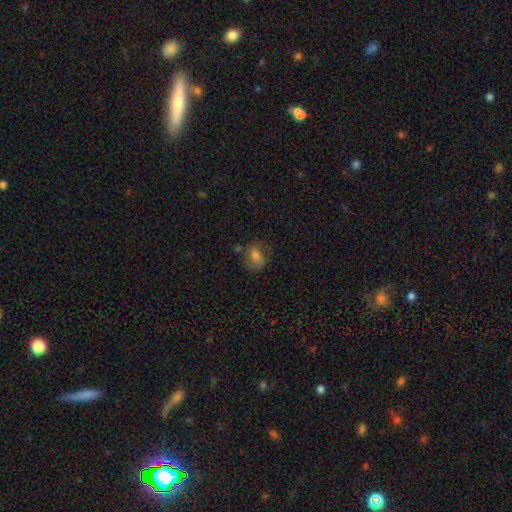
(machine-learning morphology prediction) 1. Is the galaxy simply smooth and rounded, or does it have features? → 66% smooth, 23% featured or disk, 11% star or artifact.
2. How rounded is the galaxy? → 54% in between, 44% round, 2% cigar-shaped.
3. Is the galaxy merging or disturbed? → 60% none, 24% minor disturbance, 10% major disturbance, 6% merger.